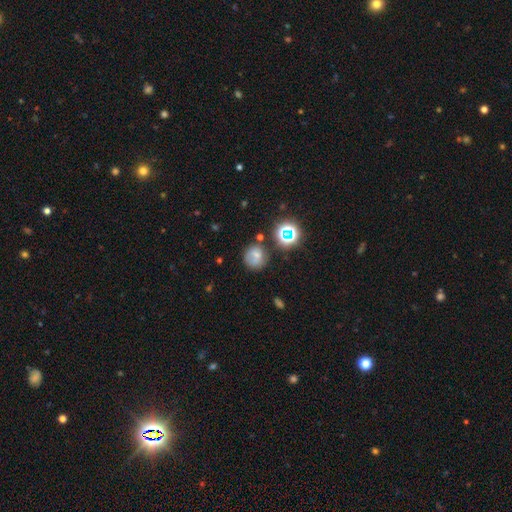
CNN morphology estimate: This appears to be a smooth galaxy with no disk features (62%) that is round (85%). Merging: none (63%).